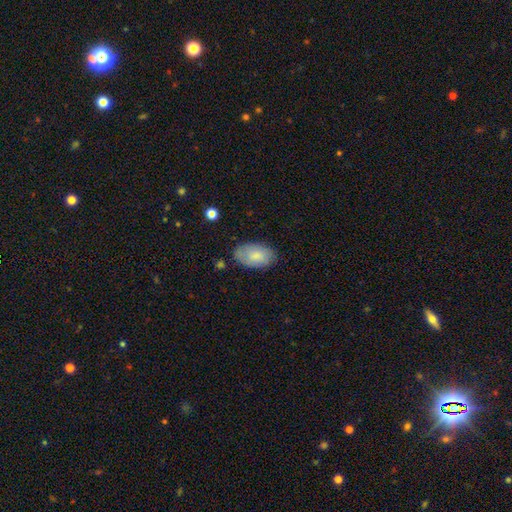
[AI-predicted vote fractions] Smooth or featured? Predicted: smooth (p=0.77). How rounded? Predicted: in between (p=0.94). Merging? Predicted: none (p=0.77).